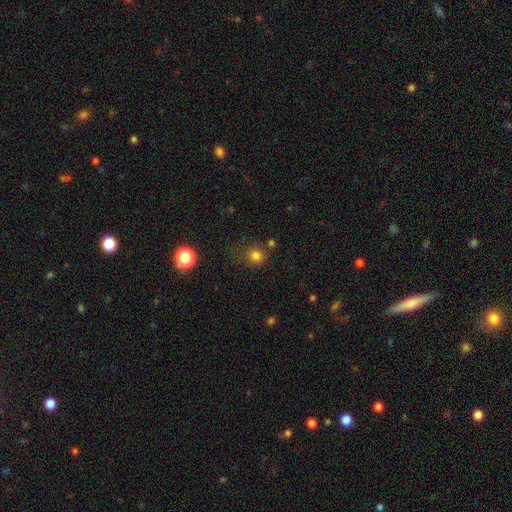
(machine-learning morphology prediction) This appears to be a smooth galaxy with no disk features (78%) that is round (84%). Merging: none (69%).